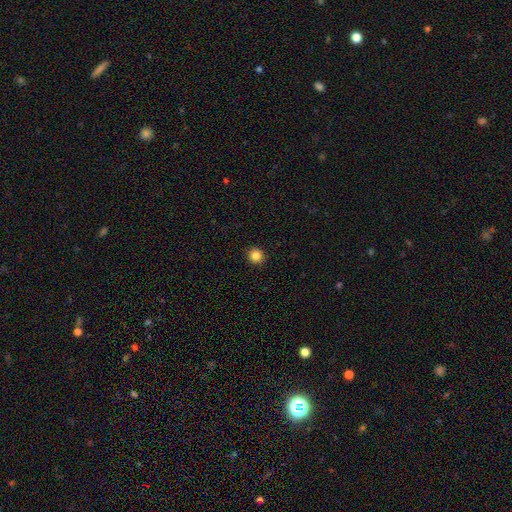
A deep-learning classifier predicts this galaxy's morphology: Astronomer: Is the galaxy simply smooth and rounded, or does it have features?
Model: smooth — 85%.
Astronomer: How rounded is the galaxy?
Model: round — 93%.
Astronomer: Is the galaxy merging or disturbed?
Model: none — 93%.